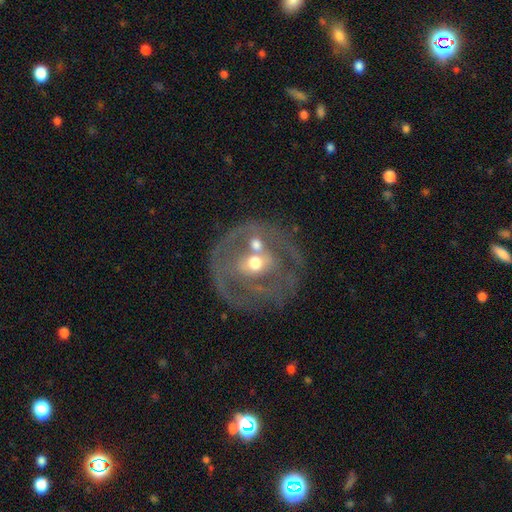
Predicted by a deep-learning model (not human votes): Q: Smooth or featured?
A: featured or disk (73%); runner-up: smooth (18%)
Q: Edge-on disk?
A: no (94%); runner-up: yes (6%)
Q: Bar?
A: no (48%); runner-up: weak (32%)
Q: Spiral arms?
A: no (54%); runner-up: yes (46%)
Q: Bulge size?
A: moderate (64%); runner-up: small (29%)
Q: Merging?
A: none (57%); runner-up: merger (19%)